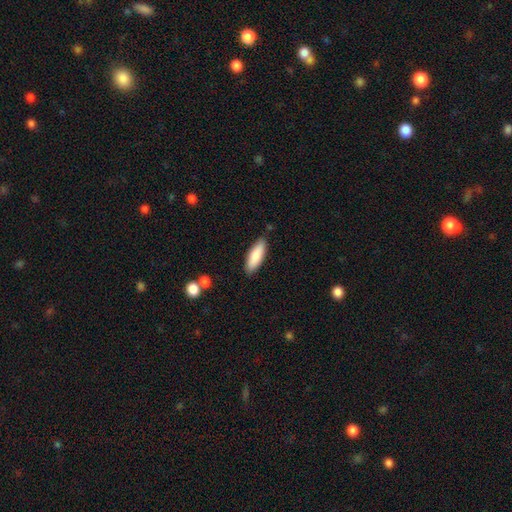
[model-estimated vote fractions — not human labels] smooth 85%, featured or disk 9%, star or artifact 6%. Down the decision tree: how rounded — in between (59%); merging — none (86%).